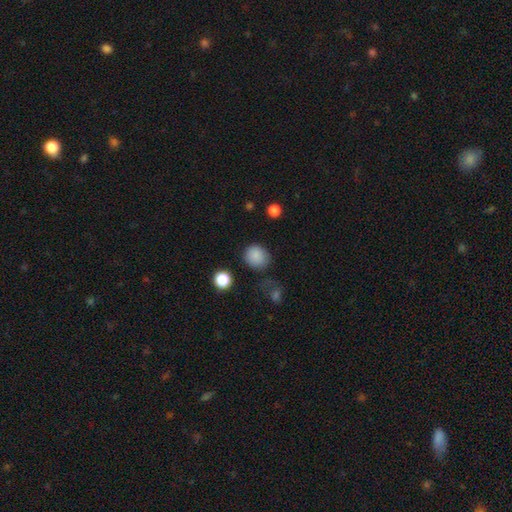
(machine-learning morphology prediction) Q: Smooth or featured?
A: smooth (85%); runner-up: star or artifact (11%)
Q: How rounded?
A: round (81%); runner-up: in between (18%)
Q: Merging?
A: none (76%); runner-up: minor disturbance (15%)